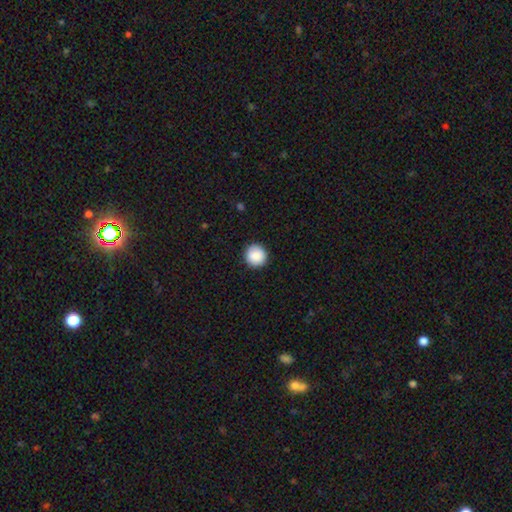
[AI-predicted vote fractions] This appears to be a smooth galaxy with no disk features (88%) that is round (95%). Merging: none (91%).